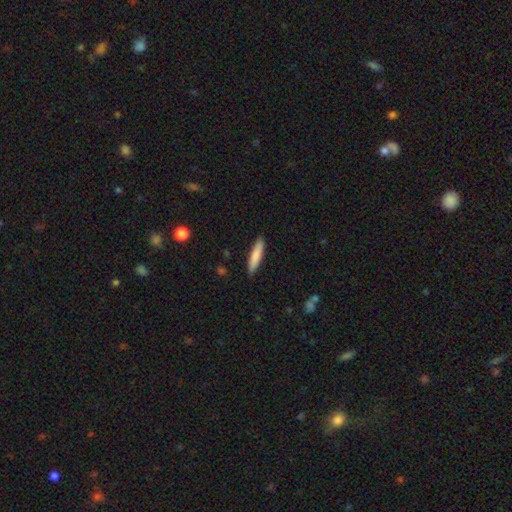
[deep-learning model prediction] smooth-or-featured: smooth: 83% | featured or disk: 12% | star or artifact: 6%
  how-rounded: cigar-shaped: 85% | in between: 14% | round: 1%
  merging: none: 89% | minor disturbance: 8% | major disturbance: 2% | merger: 1%